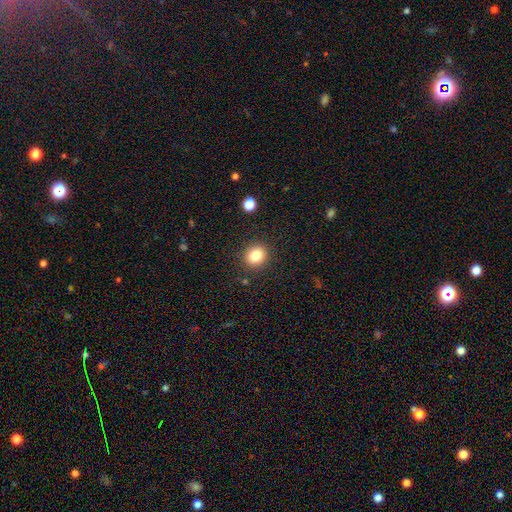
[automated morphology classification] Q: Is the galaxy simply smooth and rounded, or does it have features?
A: smooth — 83%.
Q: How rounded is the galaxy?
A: round — 76%.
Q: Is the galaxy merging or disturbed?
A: none — 89%.